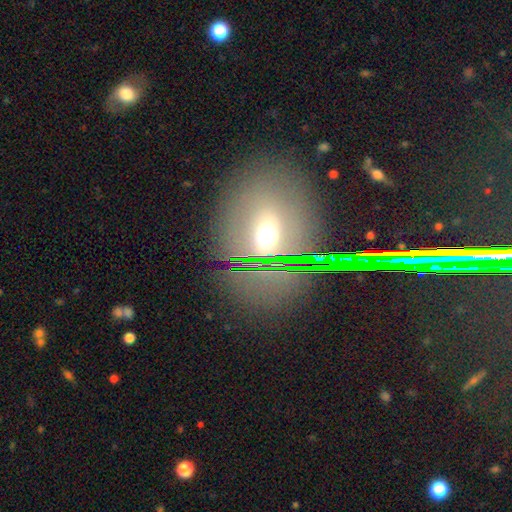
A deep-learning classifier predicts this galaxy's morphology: type=smooth (36%); merging=none (77%).